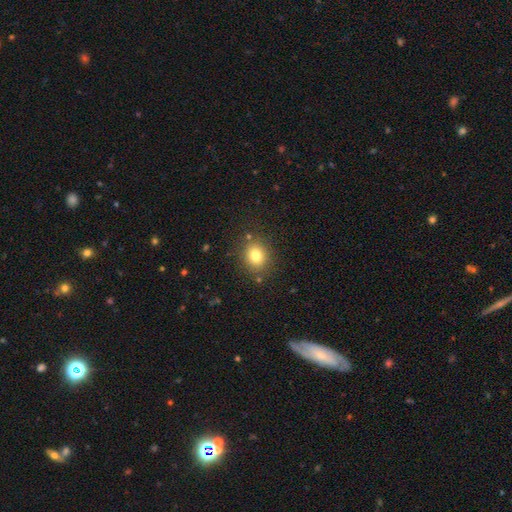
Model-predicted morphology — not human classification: Smooth or featured? smooth (78%)
How rounded? round (66%)
Merging? none (84%)